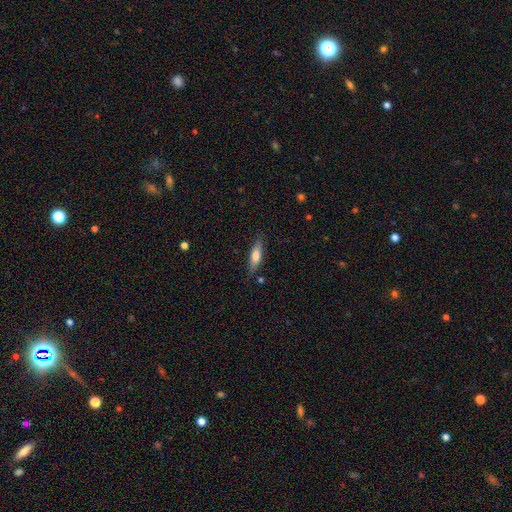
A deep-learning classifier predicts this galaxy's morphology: This appears to be a smooth galaxy with no disk features (66%) that is cigar-shaped (60%). Merging: none (81%).